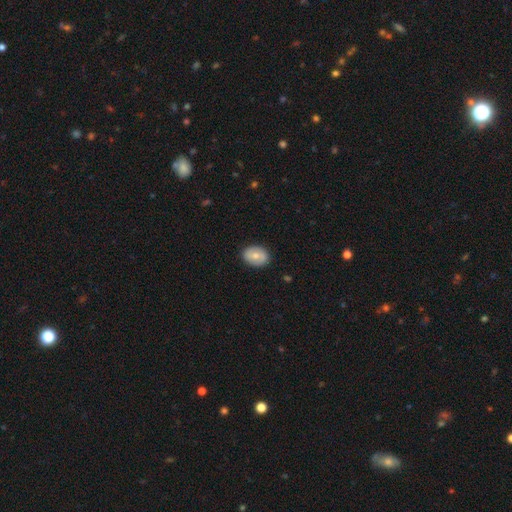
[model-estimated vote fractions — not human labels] smooth_or_featured: smooth (p=0.64) [alt: featured or disk p=0.29]
how_rounded: in between (p=0.67) [alt: round p=0.32]
merging: none (p=0.87) [alt: minor disturbance p=0.09]